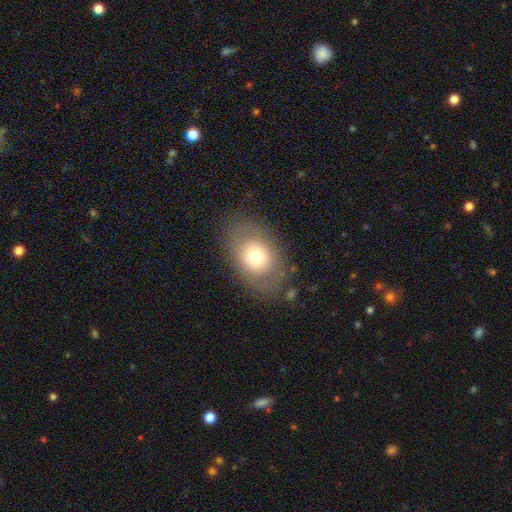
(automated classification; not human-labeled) A smooth galaxy with no disk features (68%) that is in between round and cigar-shaped (76%). Merging: none (78%).